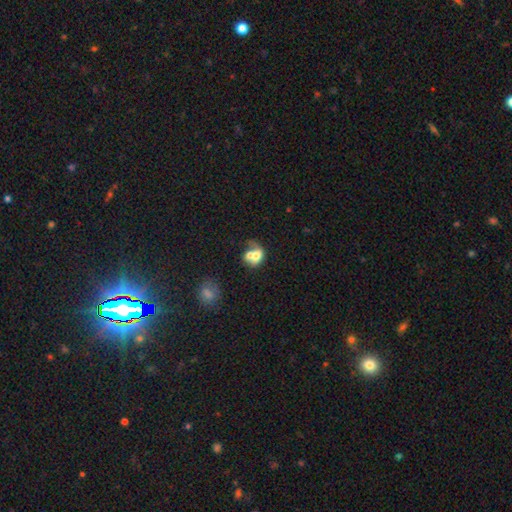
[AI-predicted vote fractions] Smooth or featured? Predicted: smooth (p=0.64). How rounded? Predicted: in between (p=0.53). Merging? Predicted: merger (p=0.64).